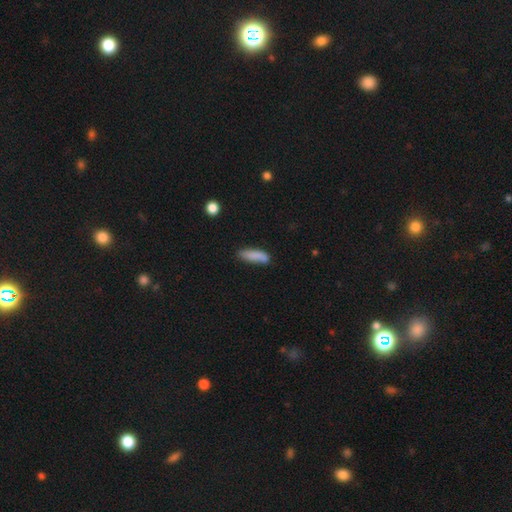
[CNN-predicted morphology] Smooth or featured: smooth — 82% (featured or disk — 11%)
How rounded: cigar-shaped — 55% (in between — 43%)
Merging: none — 64% (minor disturbance — 25%)